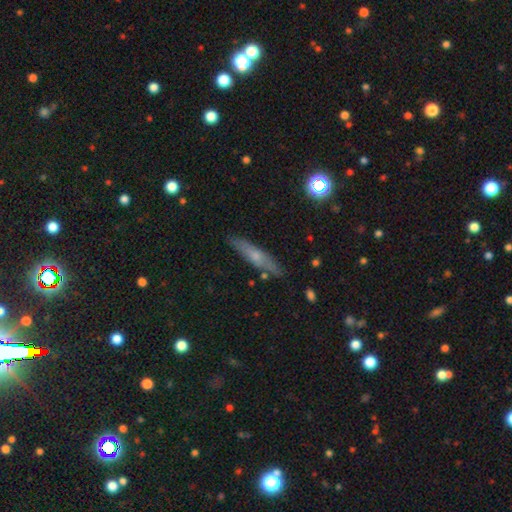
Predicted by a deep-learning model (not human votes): Smooth or featured?
  - smooth: 47% *
  - featured or disk: 45%
  - star or artifact: 8%
Merging?
  - none: 85% *
  - minor disturbance: 11%
  - major disturbance: 2%
  - merger: 2%